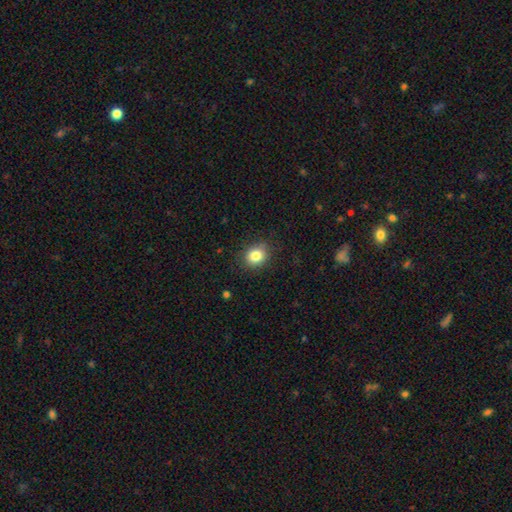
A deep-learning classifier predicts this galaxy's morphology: This appears to be a smooth galaxy with no disk features (83%) that is round (66%). Merging: none (85%).